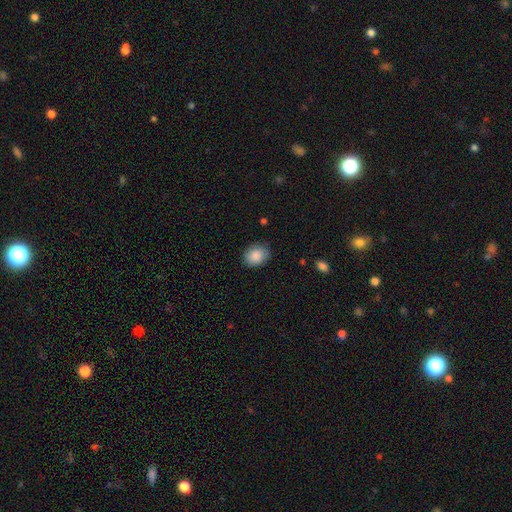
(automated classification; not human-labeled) Smooth or featured?
  - smooth: 88% *
  - star or artifact: 7%
  - featured or disk: 5%
How rounded?
  - in between: 60% *
  - round: 39%
  - cigar-shaped: 1%
Merging?
  - none: 82% *
  - minor disturbance: 14%
  - major disturbance: 3%
  - merger: 1%